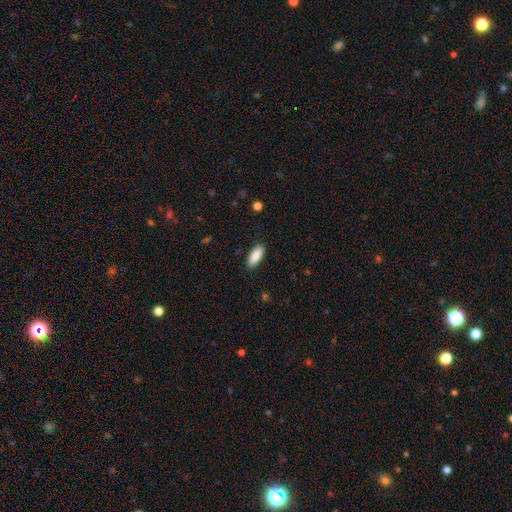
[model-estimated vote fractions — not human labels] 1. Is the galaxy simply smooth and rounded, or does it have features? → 89% smooth, 6% star or artifact, 5% featured or disk.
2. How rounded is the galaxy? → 75% in between, 23% cigar-shaped, 2% round.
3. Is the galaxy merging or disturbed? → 88% none, 9% minor disturbance, 2% major disturbance, 1% merger.